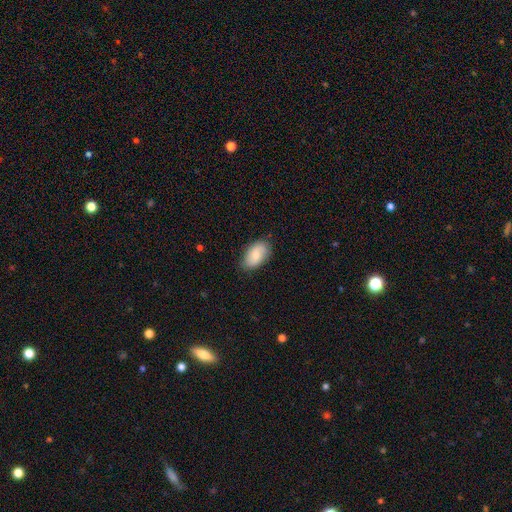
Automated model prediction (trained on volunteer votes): Morphology: type=smooth (74%); roundness=in between (94%); merging=none (81%).